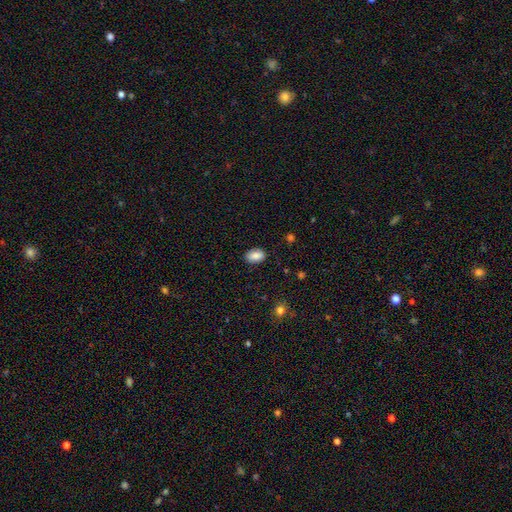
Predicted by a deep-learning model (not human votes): Overall: smooth (86%). How rounded: in between (86%). Merging: none (86%).